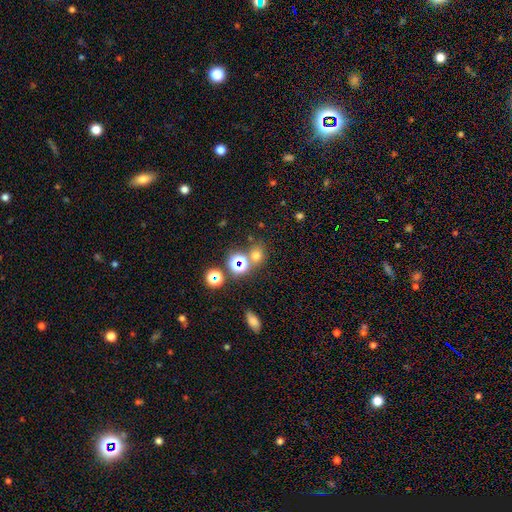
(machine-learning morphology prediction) Smooth or featured?
  - smooth: 61% *
  - star or artifact: 32%
  - featured or disk: 8%
How rounded?
  - round: 74% *
  - in between: 25%
  - cigar-shaped: 1%
Merging?
  - none: 67% *
  - merger: 20%
  - minor disturbance: 9%
  - major disturbance: 4%